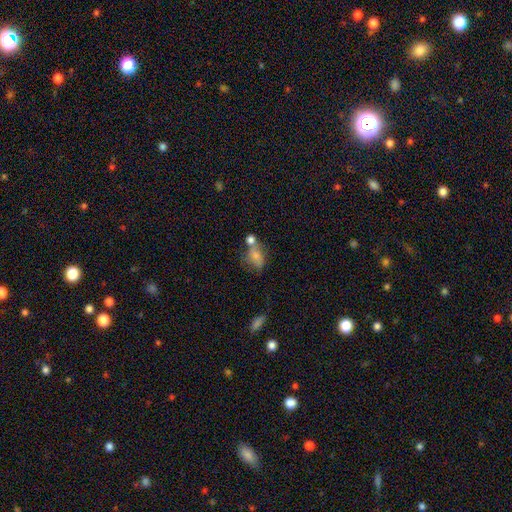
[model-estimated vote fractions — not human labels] A smooth galaxy with no disk features (72%) that is in between round and cigar-shaped (75%).

Vote fractions:
- Smooth or featured? smooth: 72% / featured or disk: 17% / star or artifact: 11%
- How rounded? in between: 75% / round: 22% / cigar-shaped: 3%
- Merging? merger: 38% / none: 31% / minor disturbance: 19% / major disturbance: 12%